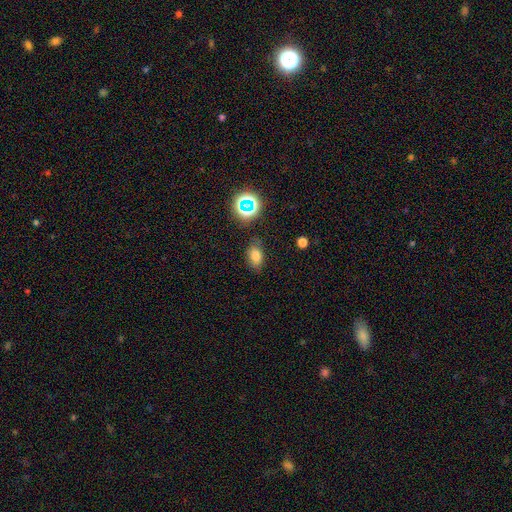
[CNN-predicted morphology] The model was most divided on "smooth or featured": smooth: 75%, star or artifact: 16%, featured or disk: 9%. More confident: how rounded — in between (86%); merging — none (78%).